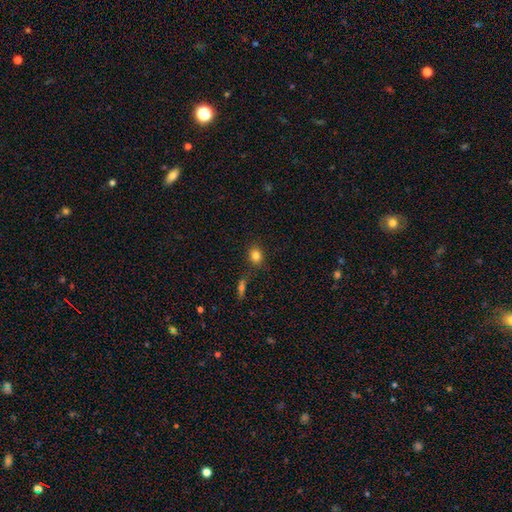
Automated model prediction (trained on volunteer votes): This is clearly a smooth galaxy (82%). How rounded: likely round (62%). Merging: clearly none (83%).